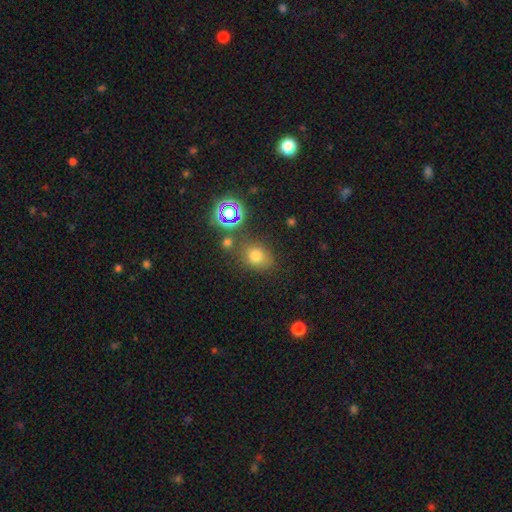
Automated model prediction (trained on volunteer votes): Smooth or featured?
  - smooth: 68% *
  - star or artifact: 22%
  - featured or disk: 10%
How rounded?
  - round: 50% *
  - in between: 49%
  - cigar-shaped: 1%
Merging?
  - none: 68% *
  - minor disturbance: 15%
  - merger: 10%
  - major disturbance: 6%